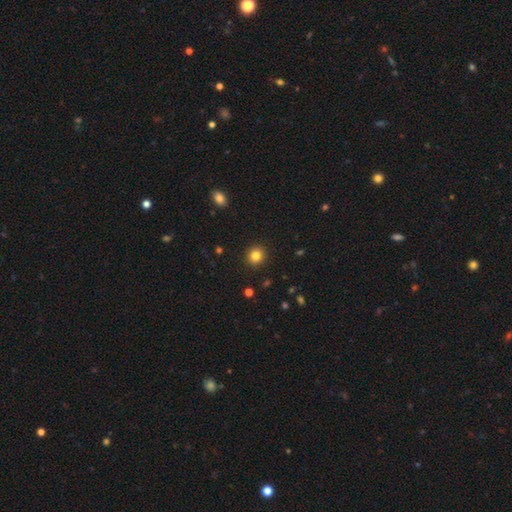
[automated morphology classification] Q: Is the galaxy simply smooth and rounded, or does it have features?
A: smooth — 83%.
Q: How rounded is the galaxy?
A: round — 91%.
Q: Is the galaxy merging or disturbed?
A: none — 92%.